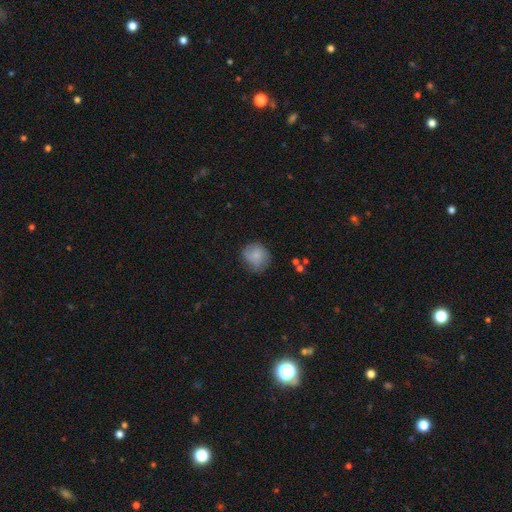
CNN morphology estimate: A smooth galaxy with no disk features (74%) that is round (83%). Merging: none (66%).